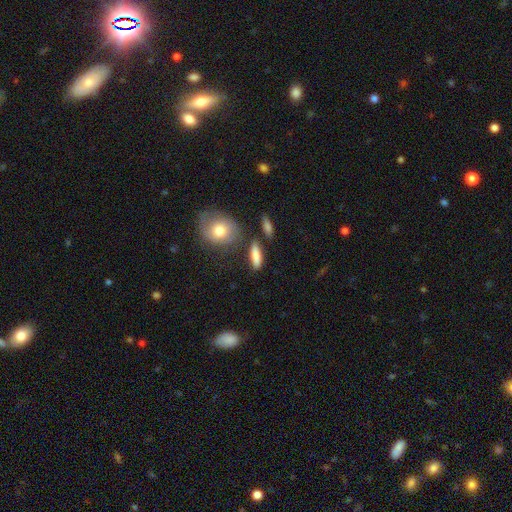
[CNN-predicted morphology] A smooth galaxy with no disk features (80%) that is in between round and cigar-shaped (48%). Merging: none (74%).